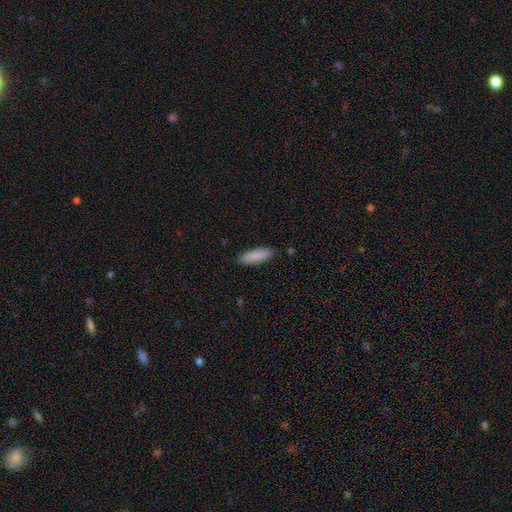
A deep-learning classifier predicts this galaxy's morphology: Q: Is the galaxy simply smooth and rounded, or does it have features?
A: smooth — 88%.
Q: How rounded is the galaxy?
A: cigar-shaped — 53%.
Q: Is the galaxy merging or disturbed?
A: none — 88%.